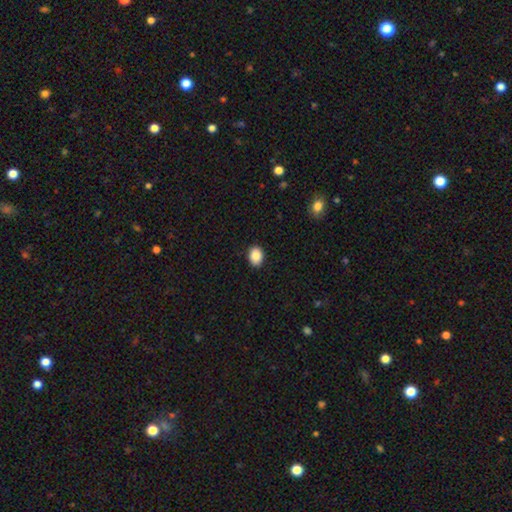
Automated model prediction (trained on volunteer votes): A smooth galaxy with no disk features (88%) that is in between round and cigar-shaped (68%).

Vote fractions:
- Smooth or featured? smooth: 88% / star or artifact: 8% / featured or disk: 4%
- How rounded? in between: 68% / round: 31% / cigar-shaped: 1%
- Merging? none: 89% / minor disturbance: 8% / major disturbance: 2% / merger: 1%